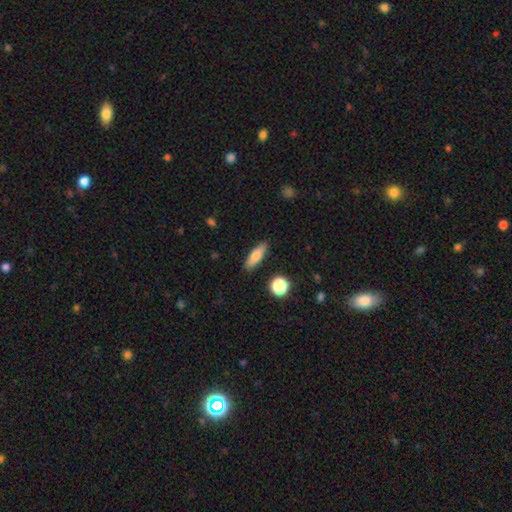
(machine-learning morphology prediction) Smooth or featured: smooth — 74% (featured or disk — 18%)
How rounded: cigar-shaped — 50% (in between — 46%)
Merging: none — 88% (minor disturbance — 8%)